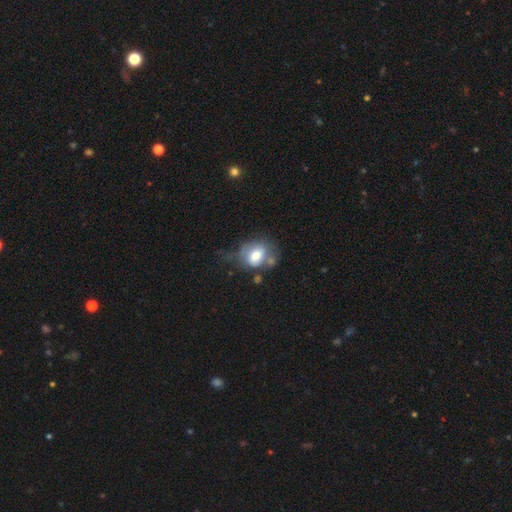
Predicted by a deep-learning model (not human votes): smooth_or_featured: smooth (p=0.64) [alt: featured or disk p=0.27]
how_rounded: in between (p=0.54) [alt: round p=0.45]
merging: none (p=0.40) [alt: minor disturbance p=0.27]